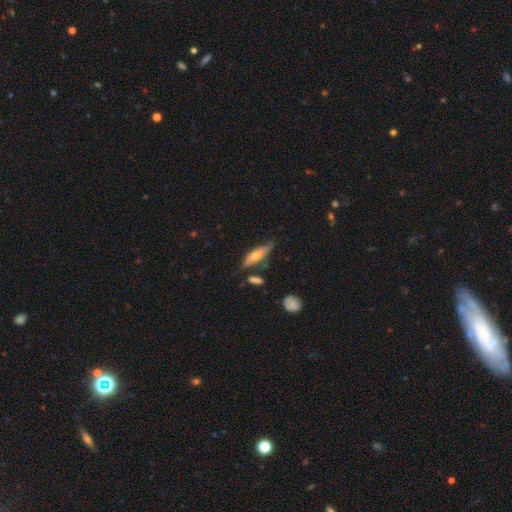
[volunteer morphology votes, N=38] Smooth or featured? smooth (55%)
How rounded? cigar-shaped (52%)
Merging? none (62%)